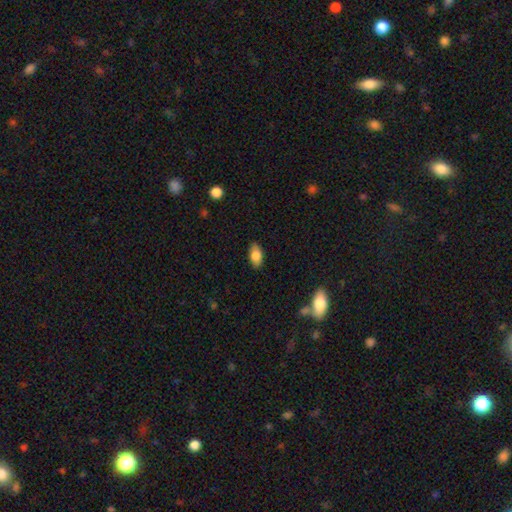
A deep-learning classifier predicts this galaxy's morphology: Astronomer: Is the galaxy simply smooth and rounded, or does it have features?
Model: smooth — 82%.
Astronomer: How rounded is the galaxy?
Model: in between — 91%.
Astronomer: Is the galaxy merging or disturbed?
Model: none — 85%.